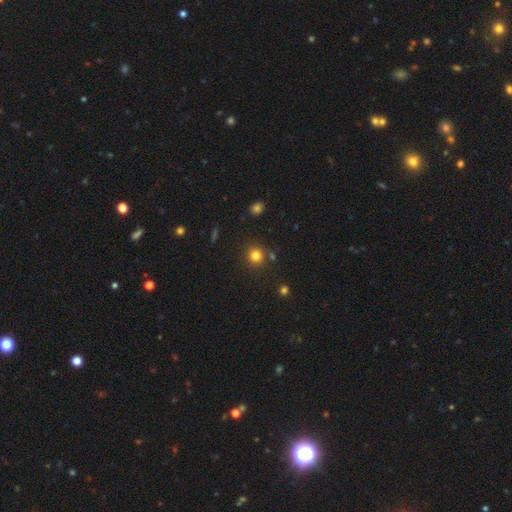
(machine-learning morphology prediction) Smooth or featured?
  - smooth: 81% *
  - star or artifact: 14%
  - featured or disk: 5%
How rounded?
  - round: 92% *
  - in between: 7%
  - cigar-shaped: 1%
Merging?
  - none: 85% *
  - minor disturbance: 7%
  - merger: 5%
  - major disturbance: 3%